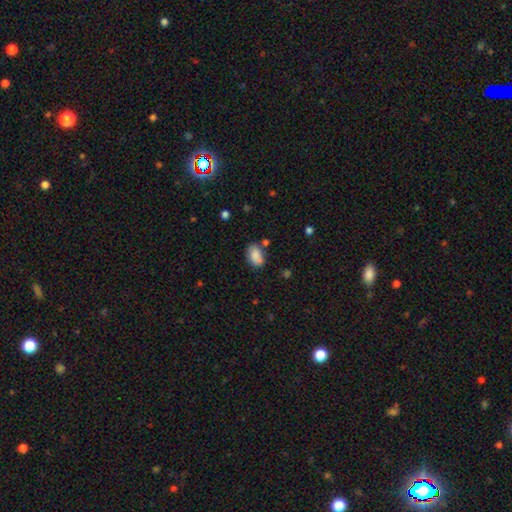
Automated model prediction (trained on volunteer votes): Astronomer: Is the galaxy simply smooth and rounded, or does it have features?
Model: smooth — 84%.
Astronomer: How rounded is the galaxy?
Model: in between — 87%.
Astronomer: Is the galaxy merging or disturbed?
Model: none — 65%.